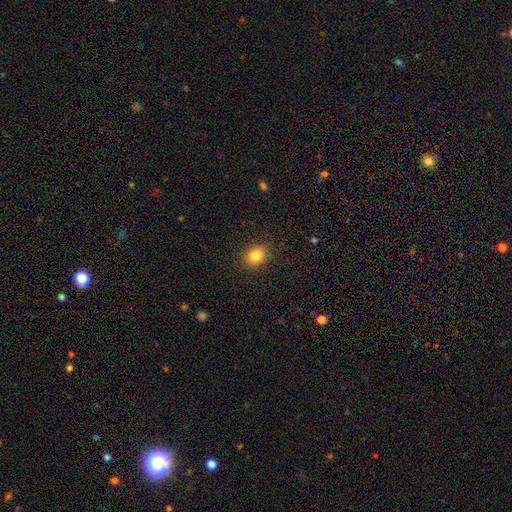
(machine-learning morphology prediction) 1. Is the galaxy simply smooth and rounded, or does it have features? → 84% smooth, 11% star or artifact, 5% featured or disk.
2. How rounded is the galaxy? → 62% round, 38% in between, 1% cigar-shaped.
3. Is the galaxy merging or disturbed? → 88% none, 8% minor disturbance, 3% major disturbance, 1% merger.